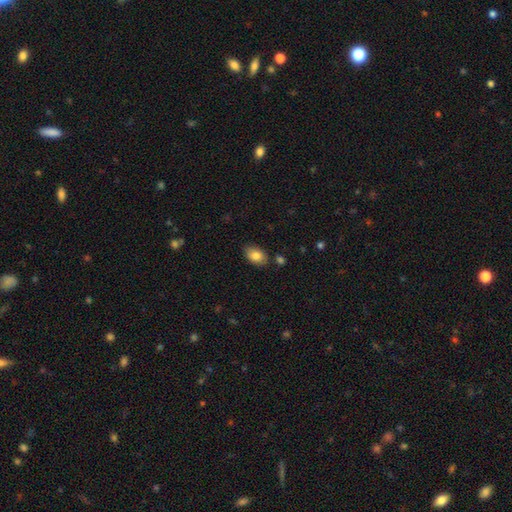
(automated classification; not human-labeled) smooth 83%, featured or disk 10%, star or artifact 8%. Down the decision tree: how rounded — in between (86%); merging — none (83%).